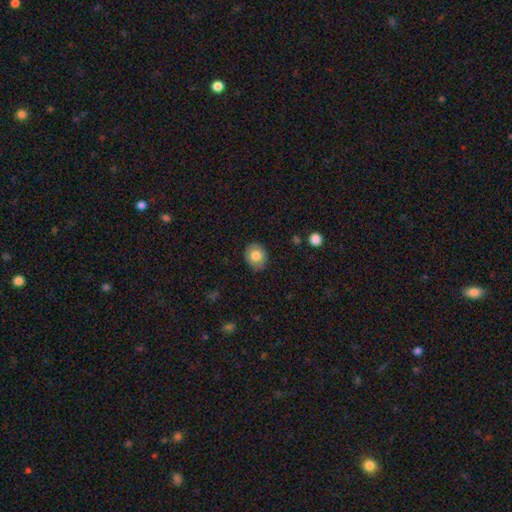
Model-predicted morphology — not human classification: Q: Smooth or featured?
A: smooth (80%); runner-up: featured or disk (12%)
Q: How rounded?
A: round (68%); runner-up: in between (31%)
Q: Merging?
A: none (86%); runner-up: minor disturbance (11%)